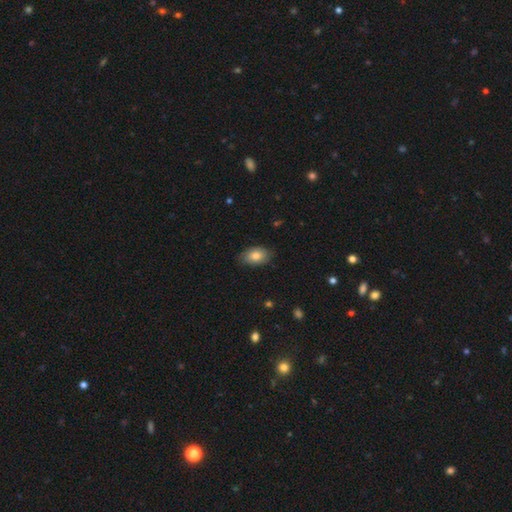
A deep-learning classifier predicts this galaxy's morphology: smooth-or-featured: smooth: 82% | featured or disk: 11% | star or artifact: 7%
  how-rounded: in between: 90% | round: 8% | cigar-shaped: 2%
  merging: none: 83% | minor disturbance: 14% | major disturbance: 2% | merger: 1%